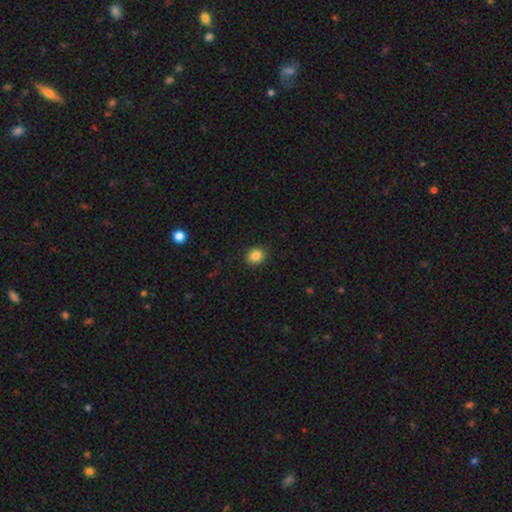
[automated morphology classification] Overall: smooth (85%). How rounded: round (76%). Merging: none (90%).